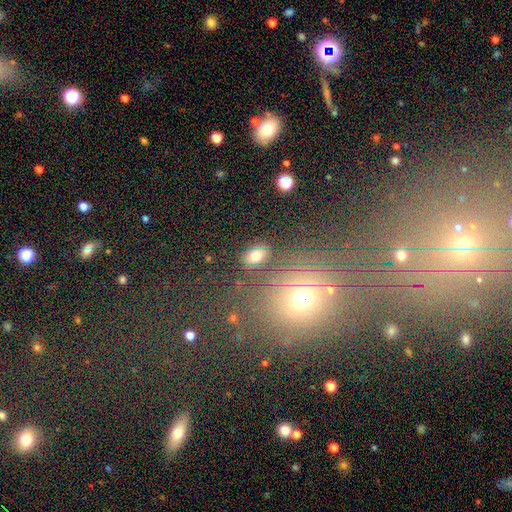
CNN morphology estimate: This appears to be a smooth galaxy with no disk features (70%) that is in between round and cigar-shaped (80%). Merging: none (79%).